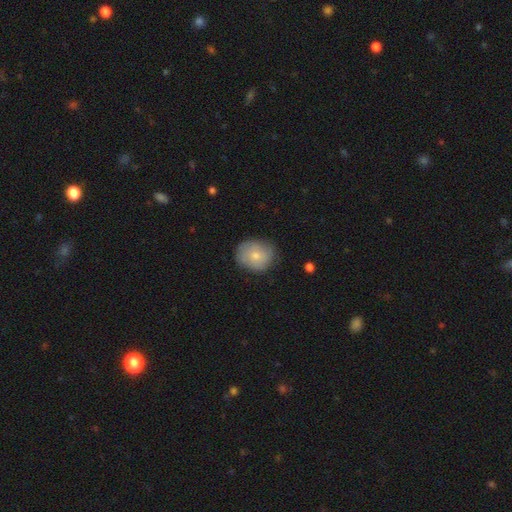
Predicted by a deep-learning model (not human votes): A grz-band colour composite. It shows a smooth galaxy with no disk features (70%) that is round (68%). Merging: none (73%).